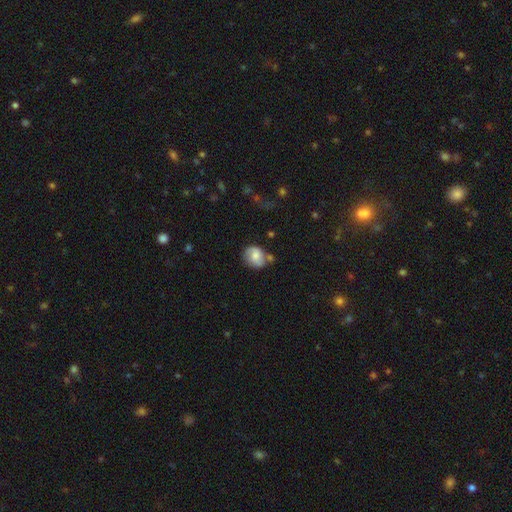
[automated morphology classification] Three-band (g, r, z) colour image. It shows a smooth galaxy with no disk features (66%) that is round (63%). Merging: none (55%).